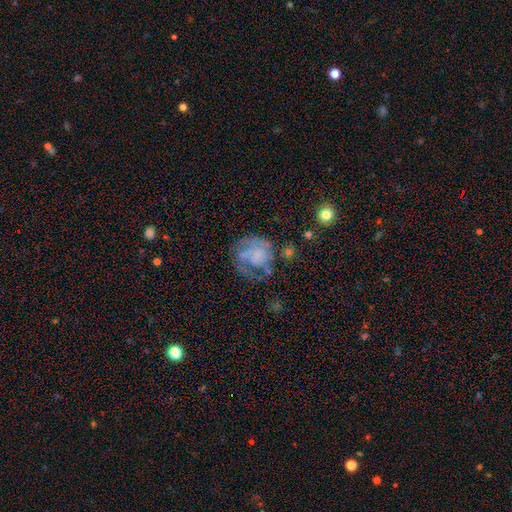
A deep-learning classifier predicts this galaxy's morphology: Q: Smooth or featured?
A: featured or disk (62%); runner-up: smooth (28%)
Q: Edge-on disk?
A: no (98%); runner-up: yes (2%)
Q: Bar?
A: no (81%); runner-up: weak (15%)
Q: Spiral arms?
A: yes (66%); runner-up: no (34%)
Q: Bulge size?
A: none (54%); runner-up: small (19%)
Q: Merging?
A: none (40%); runner-up: major disturbance (34%)